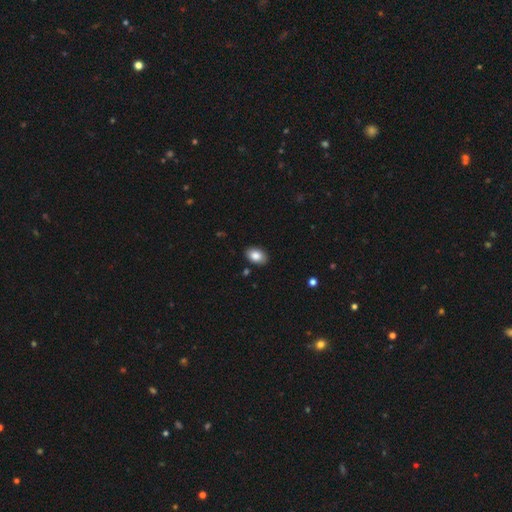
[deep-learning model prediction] This appears to be a smooth galaxy with no disk features (86%) that is in between round and cigar-shaped (85%). Merging: none (87%).